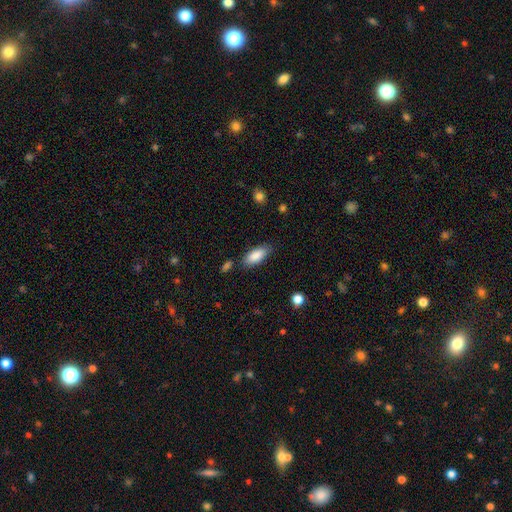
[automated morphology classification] smooth 86%, featured or disk 8%, star or artifact 6%. Down the decision tree: how rounded — in between (82%); merging — none (79%).